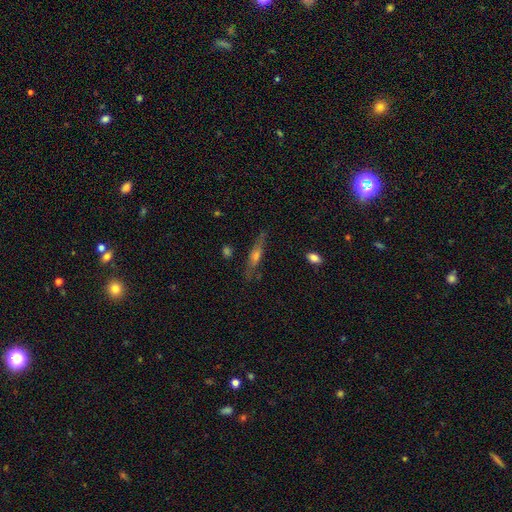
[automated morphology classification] smooth_or_featured: featured or disk (p=0.59) [alt: smooth p=0.31]
disk_edge_on: yes (p=0.86) [alt: no p=0.14]
edge_on_bulge: rounded (p=0.77) [alt: none p=0.14]
merging: none (p=0.78) [alt: minor disturbance p=0.16]